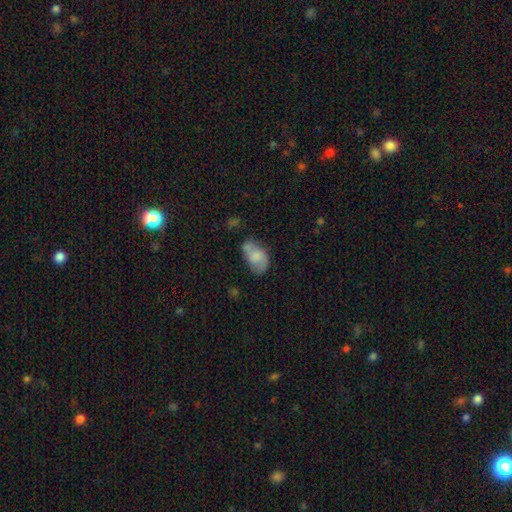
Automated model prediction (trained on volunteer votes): Q: Smooth or featured?
A: smooth (69%); runner-up: featured or disk (23%)
Q: How rounded?
A: in between (91%); runner-up: round (8%)
Q: Merging?
A: none (42%); runner-up: minor disturbance (30%)